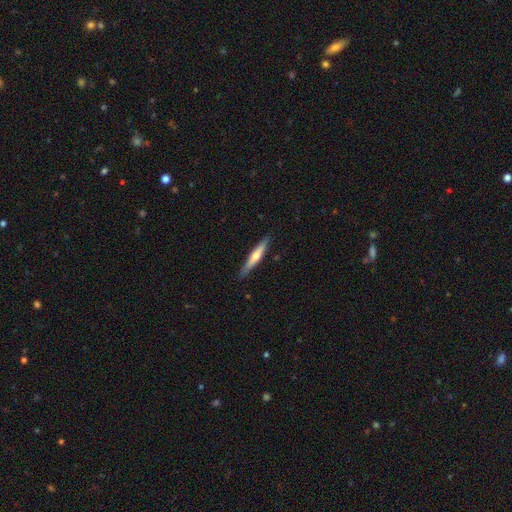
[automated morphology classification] Overall: featured or disk (49%; smooth 45%). Merging: none (88%).